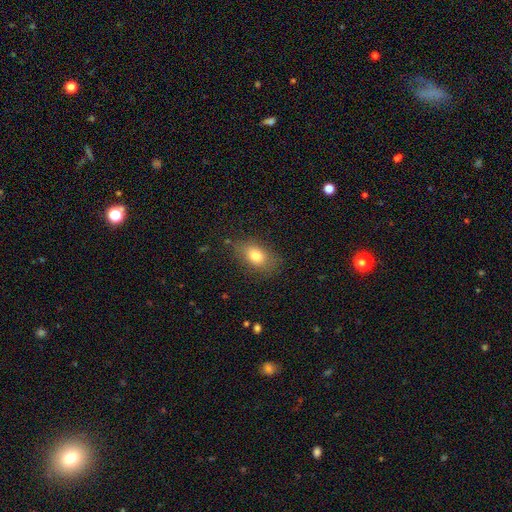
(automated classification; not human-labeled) Smooth or featured?
  - smooth: 79% *
  - featured or disk: 12%
  - star or artifact: 9%
How rounded?
  - in between: 82% *
  - round: 15%
  - cigar-shaped: 3%
Merging?
  - none: 78% *
  - minor disturbance: 15%
  - major disturbance: 5%
  - merger: 1%